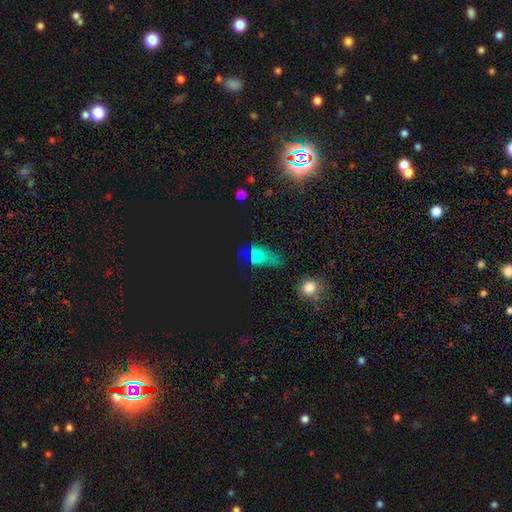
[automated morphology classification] A smooth galaxy with no disk features (50%). Merging: none (44%).